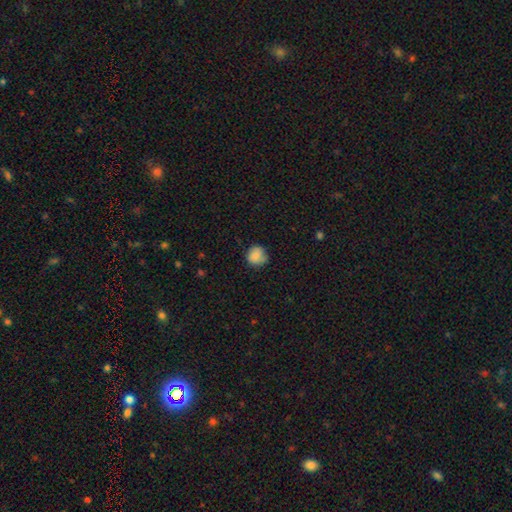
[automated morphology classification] smooth 82%, featured or disk 10%, star or artifact 8%. Down the decision tree: how rounded — round (87%); merging — none (71%).